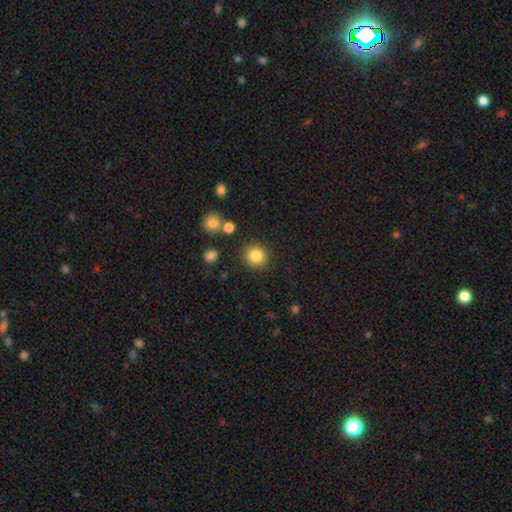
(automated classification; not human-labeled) Smooth or featured? Predicted: smooth (p=0.84). How rounded? Predicted: round (p=0.91). Merging? Predicted: none (p=0.87).